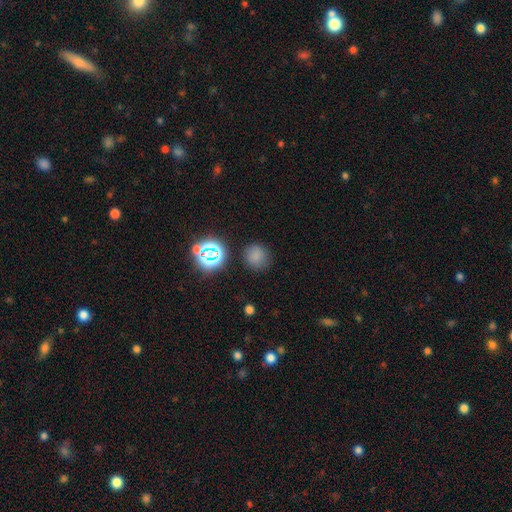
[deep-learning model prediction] This is likely a smooth galaxy (73%). How rounded: clearly round (86%). Merging: clearly none (82%).